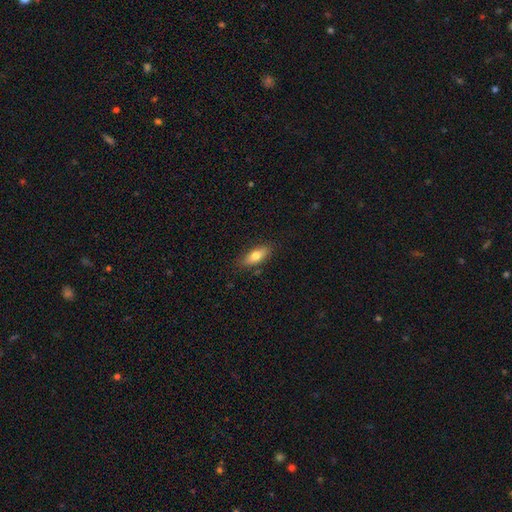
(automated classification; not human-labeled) The model was most divided on "how rounded": in between: 71%, cigar-shaped: 26%, round: 3%. More confident: merging — none (84%); smooth or featured — smooth (70%).